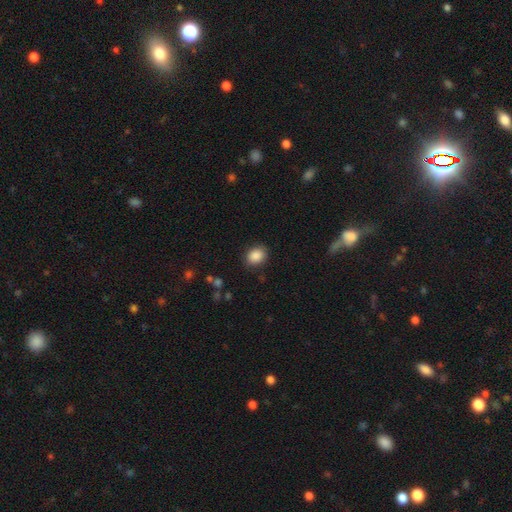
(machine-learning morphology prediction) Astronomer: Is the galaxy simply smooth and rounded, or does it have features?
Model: smooth — 88%.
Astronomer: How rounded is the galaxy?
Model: in between — 56% (runner-up: round, 43%).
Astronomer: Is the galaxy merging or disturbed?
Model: none — 86%.